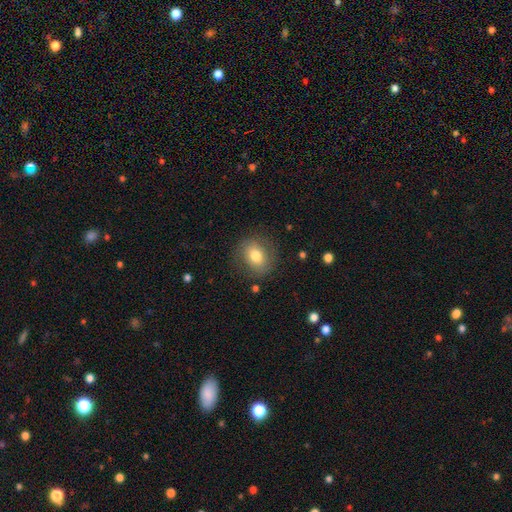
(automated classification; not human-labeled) smooth 74%, featured or disk 17%, star or artifact 9%. Down the decision tree: how rounded — round (60%); merging — none (80%).